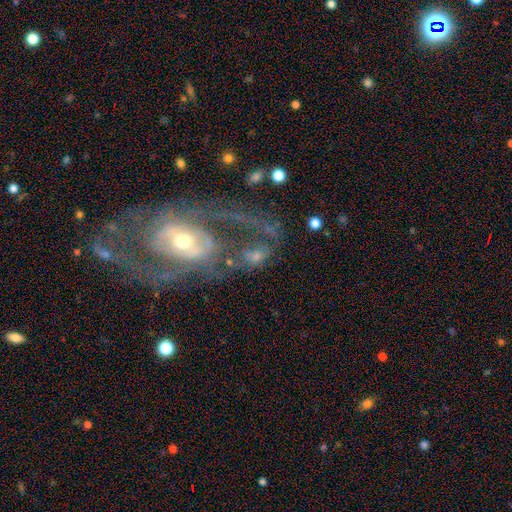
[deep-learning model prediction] smooth-or-featured: featured or disk: 68% | smooth: 21% | star or artifact: 11%
  disk-edge-on: no: 94% | yes: 6%
    bar: no: 52% | weak: 30% | strong: 18%
    has-spiral-arms: yes: 68% | no: 32%
    bulge-size: moderate: 60% | small: 29% | large: 6% | none: 2% | dominant: 2%
  merging: major disturbance: 36% | none: 30% | merger: 21% | minor disturbance: 13%